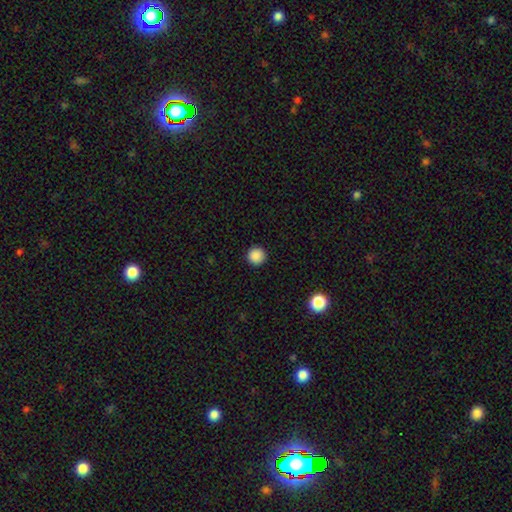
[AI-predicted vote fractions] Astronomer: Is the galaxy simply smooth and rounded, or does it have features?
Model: smooth — 88%.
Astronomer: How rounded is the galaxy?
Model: round — 96%.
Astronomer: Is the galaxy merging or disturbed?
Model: none — 93%.